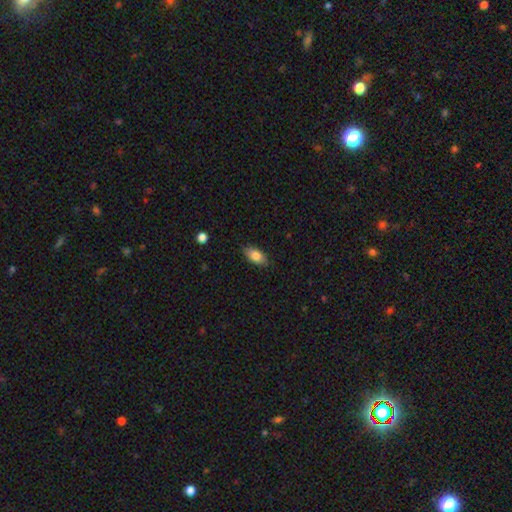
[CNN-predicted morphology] Overall: smooth (83%). How rounded: in between (90%). Merging: none (82%).